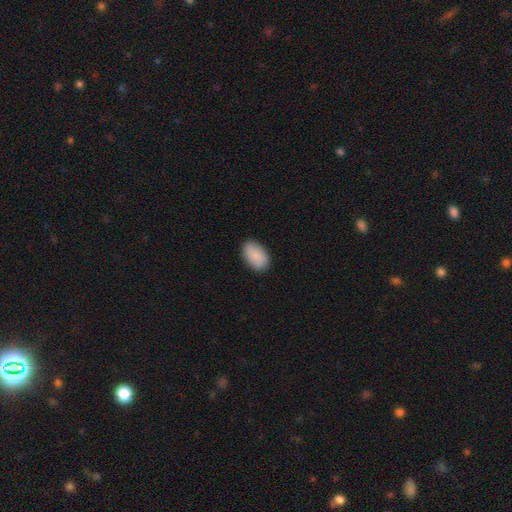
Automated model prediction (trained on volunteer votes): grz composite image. It shows a smooth galaxy with no disk features (86%) that is in between round and cigar-shaped (91%). Merging: none (86%).